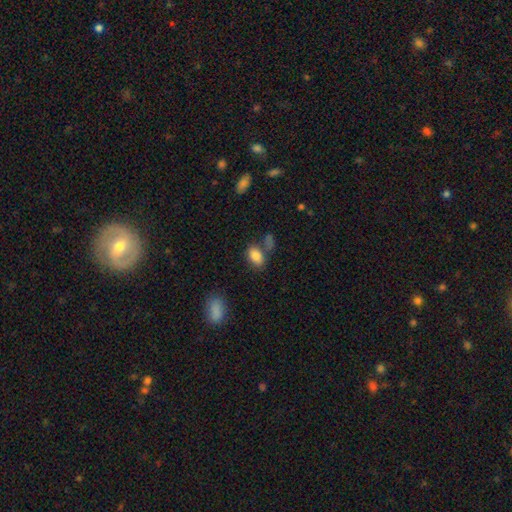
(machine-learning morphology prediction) This is clearly a smooth galaxy (83%). How rounded: clearly in between (89%). Merging: likely none (61%).